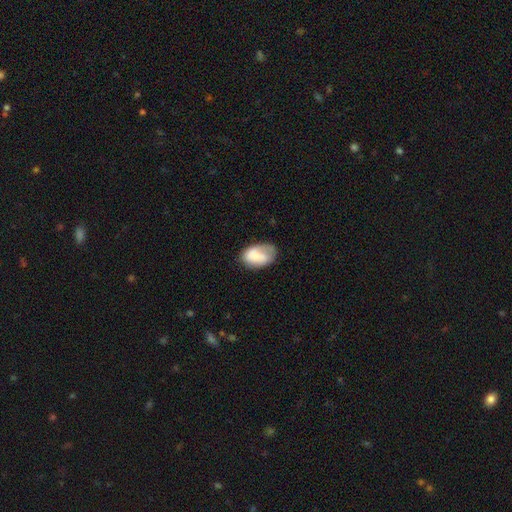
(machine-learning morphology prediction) Smooth or featured? Predicted: smooth (p=0.71). How rounded? Predicted: in between (p=0.89). Merging? Predicted: none (p=0.49).